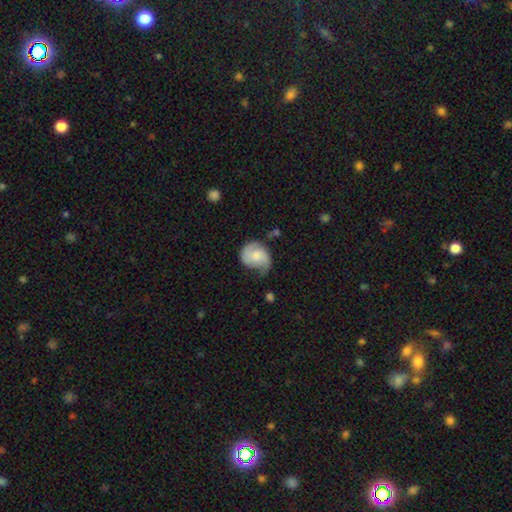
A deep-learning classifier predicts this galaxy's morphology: The model was most divided on "bulge size": moderate: 42%, small: 38%, none: 10%, large: 7%, dominant: 2%. Remaining: edge-on disk — no (98%); spiral arms — yes (88%); bar — no (69%); smooth or featured — featured or disk (54%); merging — none (43%).